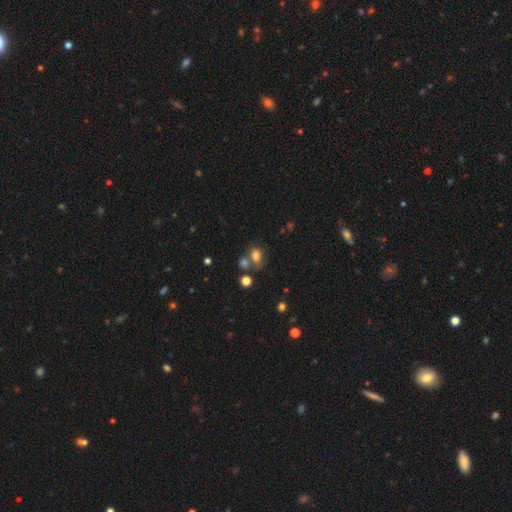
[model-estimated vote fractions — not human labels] Smooth or featured?
  - smooth: 76% *
  - star or artifact: 15%
  - featured or disk: 9%
How rounded?
  - in between: 59% *
  - round: 40%
  - cigar-shaped: 1%
Merging?
  - none: 50% *
  - merger: 30%
  - minor disturbance: 14%
  - major disturbance: 6%